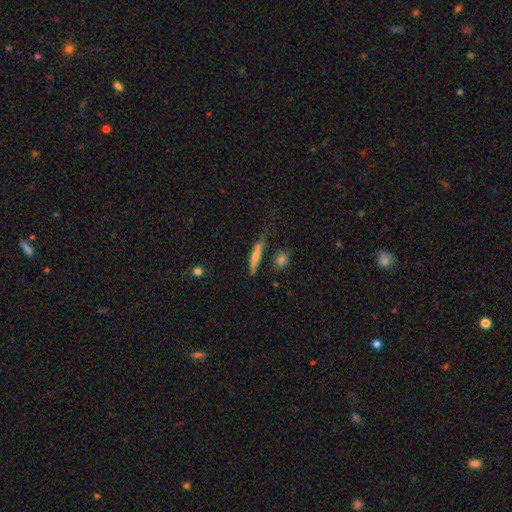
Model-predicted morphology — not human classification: type=smooth (53%); roundness=cigar-shaped (80%); merging=none (53%).